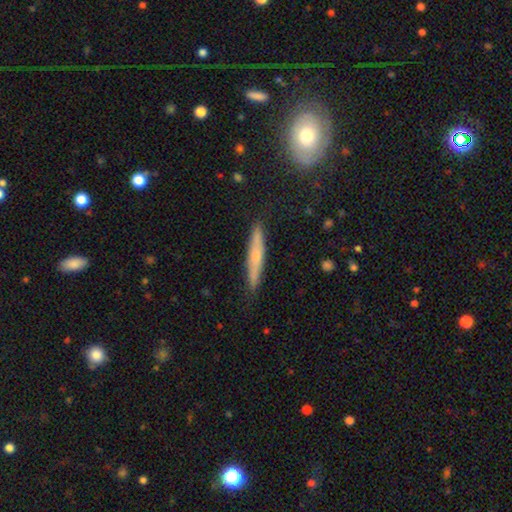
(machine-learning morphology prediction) This is possibly a smooth galaxy (47%). Merging: clearly none (86%).